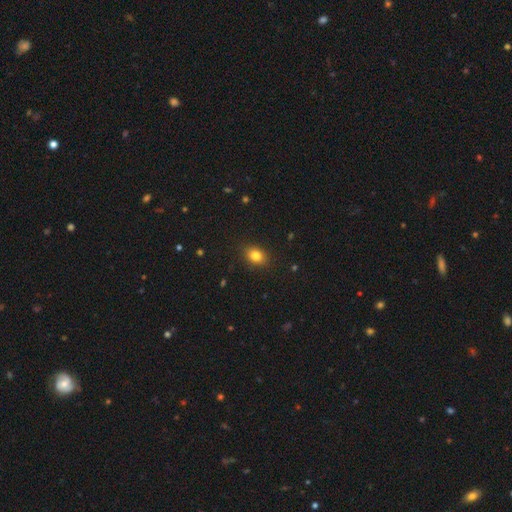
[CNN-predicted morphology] smooth_or_featured: smooth (p=0.82) [alt: star or artifact p=0.11]
how_rounded: in between (p=0.59) [alt: round p=0.40]
merging: none (p=0.88) [alt: minor disturbance p=0.09]